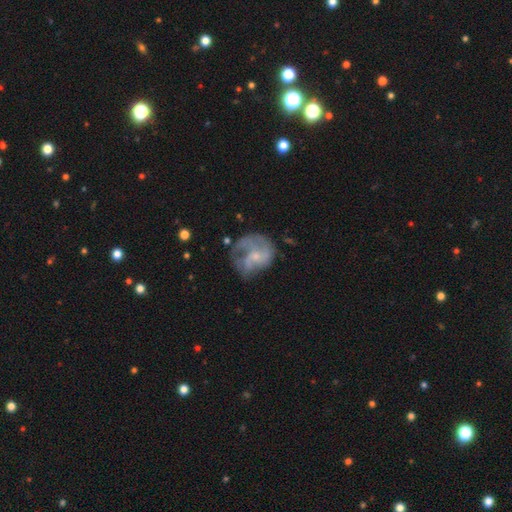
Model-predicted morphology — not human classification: This is likely a featured or disk galaxy (67%). It is clearly not viewed edge-on (98%). Bar: likely no (69%). Spiral arm pattern: likely yes (72%). Central bulge: likely small (64%). Merging: marginally none (40%).